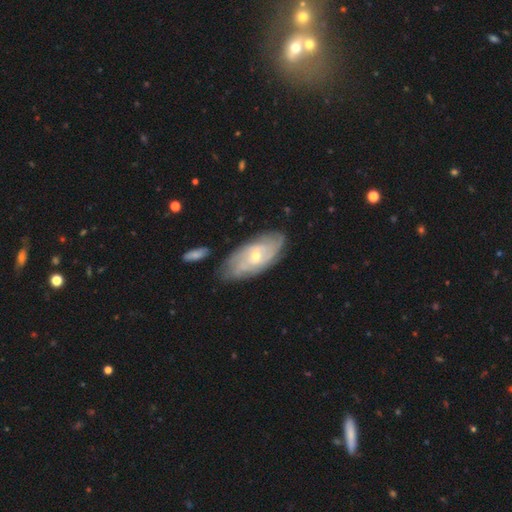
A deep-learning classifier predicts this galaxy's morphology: Overall: featured or disk (76%). Edge-on disk: no (90%). Bar: no (60%; weak 34%). Spiral arms: yes (88%). Spiral arm count: can't tell (50%; 2 16%). Spiral winding: tight (64%; medium 27%). Bulge size: small (53%; moderate 44%). Merging: none (76%).